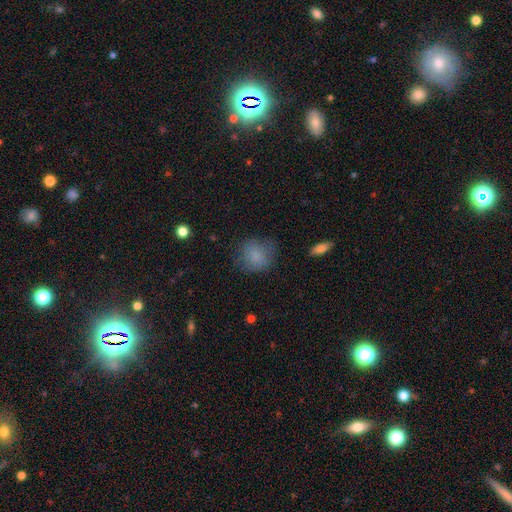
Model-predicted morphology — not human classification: The model was most divided on "merging": none: 67%, minor disturbance: 22%, major disturbance: 10%, merger: 1%. More confident: smooth or featured — smooth (79%); how rounded — round (76%).